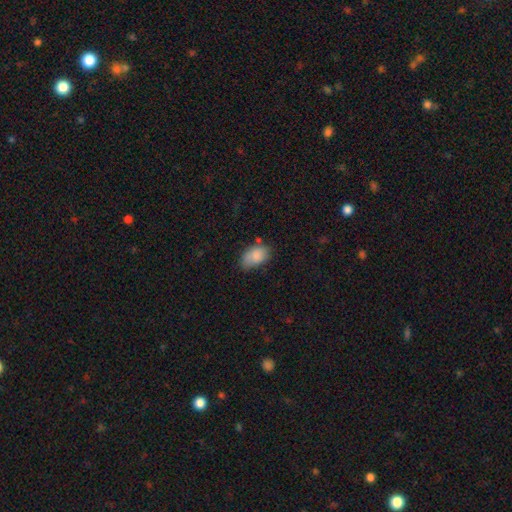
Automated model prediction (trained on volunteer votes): Q: Smooth or featured?
A: smooth (84%); runner-up: featured or disk (9%)
Q: How rounded?
A: in between (91%); runner-up: round (8%)
Q: Merging?
A: none (55%); runner-up: minor disturbance (32%)